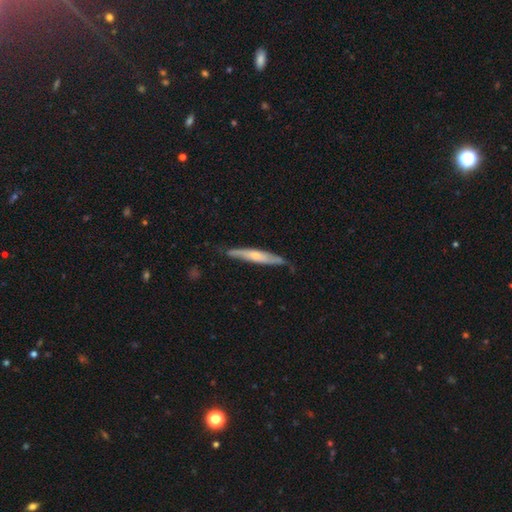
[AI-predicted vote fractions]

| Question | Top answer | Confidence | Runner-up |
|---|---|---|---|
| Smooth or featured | featured or disk | 55% | smooth (40%) |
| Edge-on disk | yes | 76% | no (24%) |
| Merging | none | 70% | minor disturbance (24%) |